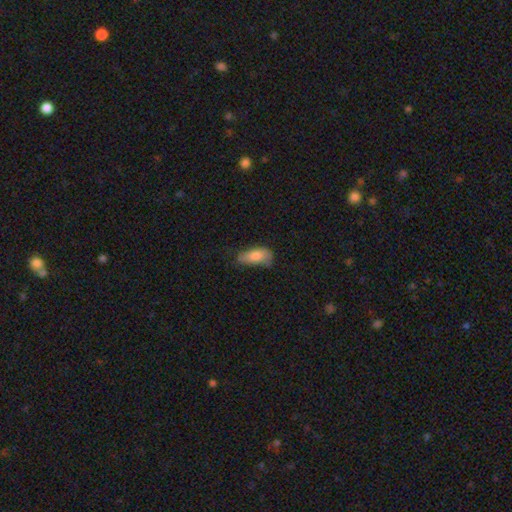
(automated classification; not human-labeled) A smooth galaxy with no disk features (78%) that is in between round and cigar-shaped (83%). Merging: none (45%).